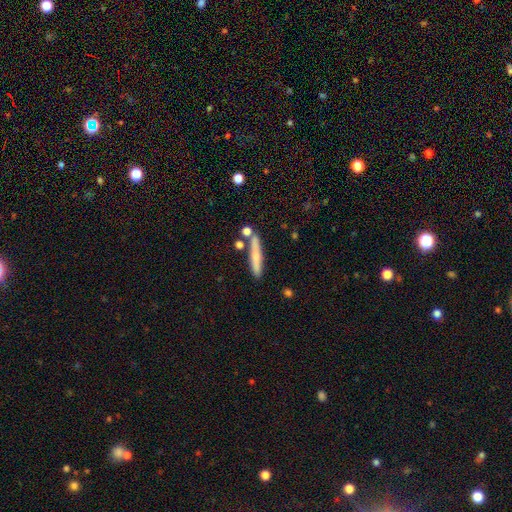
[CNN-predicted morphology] This appears to be a smooth galaxy with no disk features (68%) that is cigar-shaped (91%). Merging: none (76%).